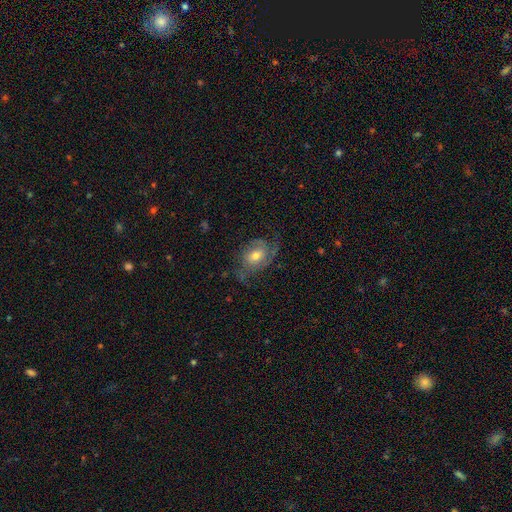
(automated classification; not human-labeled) This appears to be a featured or disk galaxy (71%) with no bar (64%), 2 (55%) medium (43%) spiral arms (89%) and a moderate central bulge (64%). Merging: none (58%).